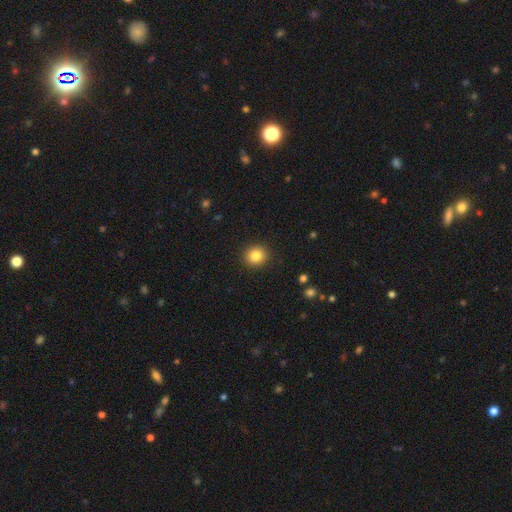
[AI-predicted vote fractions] A smooth galaxy with no disk features (84%) that is round (88%).

Vote fractions:
- Smooth or featured? smooth: 84% / star or artifact: 10% / featured or disk: 6%
- How rounded? round: 88% / in between: 11% / cigar-shaped: 1%
- Merging? none: 92% / minor disturbance: 5% / major disturbance: 2% / merger: 1%